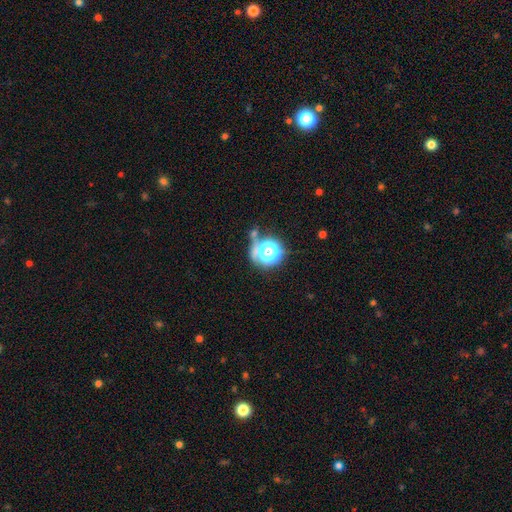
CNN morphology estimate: Smooth or featured? Predicted: star or artifact (p=0.60).